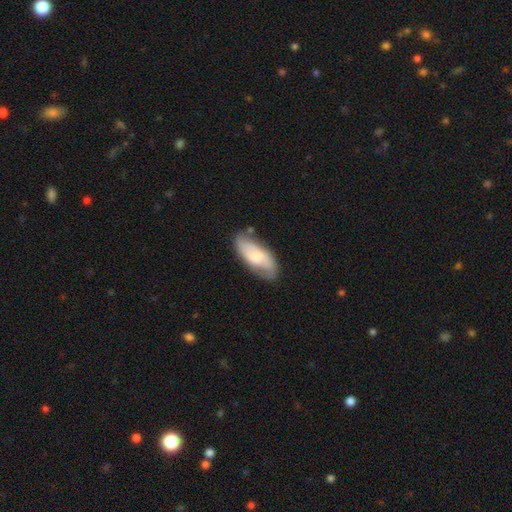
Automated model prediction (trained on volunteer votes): featured or disk 57%, smooth 37%, star or artifact 6%. Down the decision tree: edge-on disk — no (91%); bar — no (51%); spiral arms — yes (88%); bulge size — small (42%); merging — none (70%).